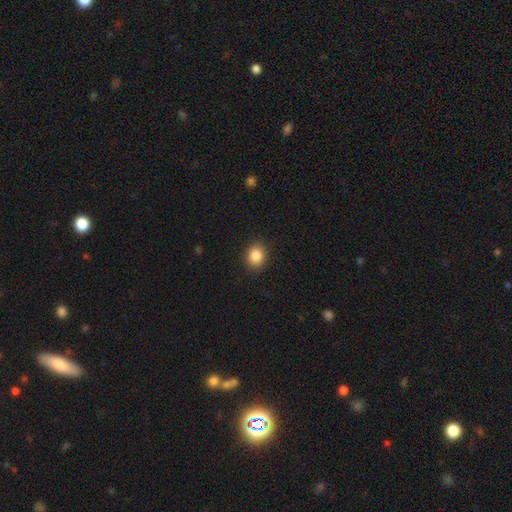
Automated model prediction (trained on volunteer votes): smooth-or-featured: smooth: 86% | star or artifact: 10% | featured or disk: 5%
  how-rounded: round: 61% | in between: 38% | cigar-shaped: 1%
  merging: none: 90% | minor disturbance: 7% | major disturbance: 2% | merger: 1%